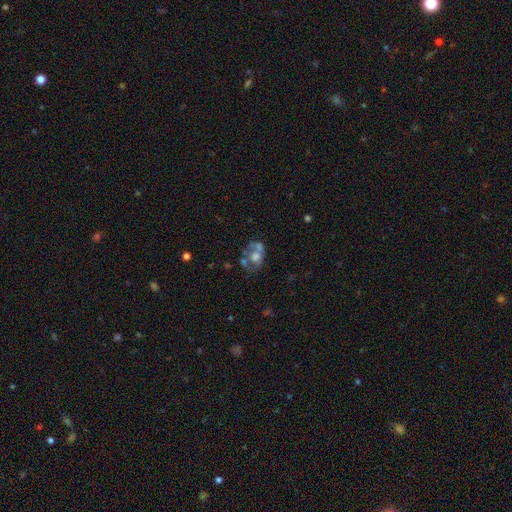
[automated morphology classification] Smooth or featured?
  - featured or disk: 56% *
  - smooth: 30%
  - star or artifact: 14%
Edge-on disk?
  - no: 97% *
  - yes: 3%
Bar?
  - no: 87% *
  - weak: 10%
  - strong: 2%
Spiral arms?
  - no: 71% *
  - yes: 29%
Bulge size?
  - moderate: 45% *
  - large: 26%
  - none: 14%
  - small: 13%
  - dominant: 3%
Merging?
  - none: 36% *
  - major disturbance: 27%
  - minor disturbance: 19%
  - merger: 18%